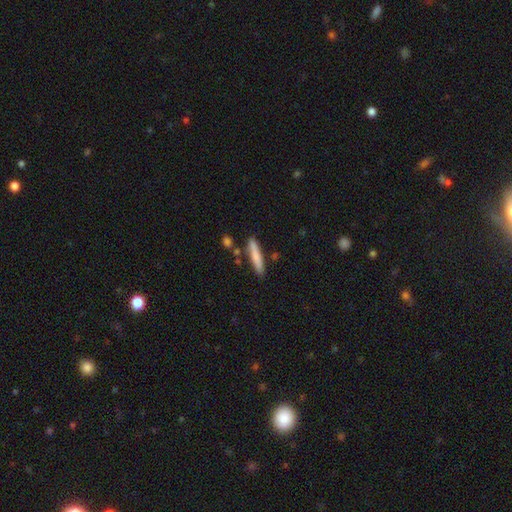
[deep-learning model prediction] smooth_or_featured: smooth (p=0.77) [alt: featured or disk p=0.17]
how_rounded: cigar-shaped (p=0.90) [alt: in between p=0.09]
merging: none (p=0.82) [alt: minor disturbance p=0.11]